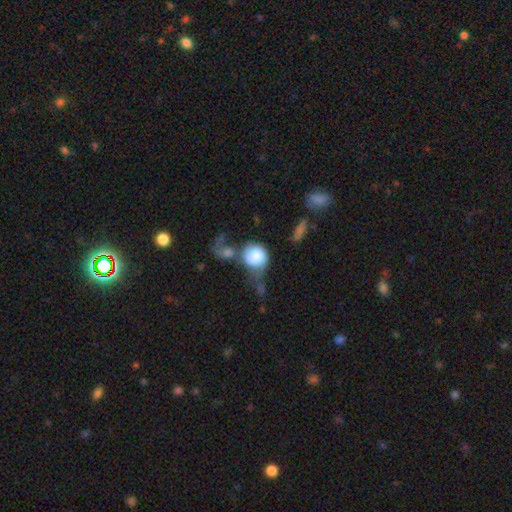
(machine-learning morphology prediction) A smooth galaxy with no disk features (73%) that is round (80%). Merging: merger (38%).